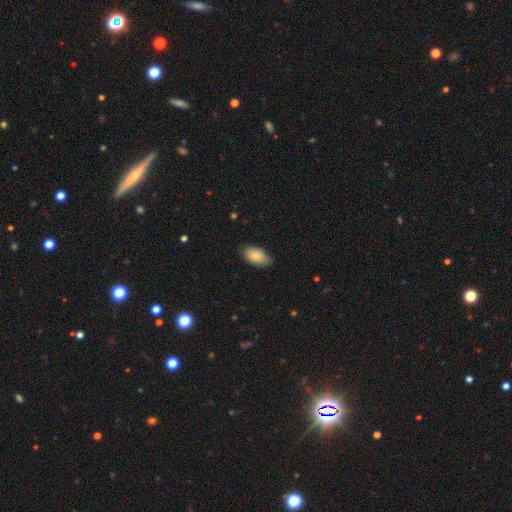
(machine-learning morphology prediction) The model was most divided on "merging": none: 74%, minor disturbance: 22%, major disturbance: 3%, merger: 1%. More confident: how rounded — in between (94%); smooth or featured — smooth (83%).